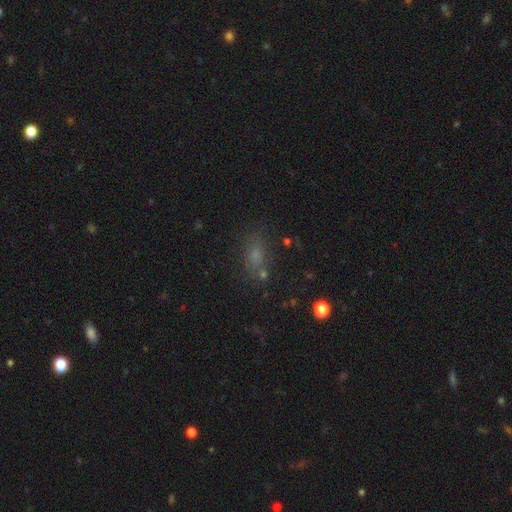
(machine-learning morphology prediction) smooth_or_featured: smooth (p=0.60) [alt: star or artifact p=0.27]
how_rounded: in between (p=0.70) [alt: round p=0.20]
merging: none (p=0.68) [alt: minor disturbance p=0.15]